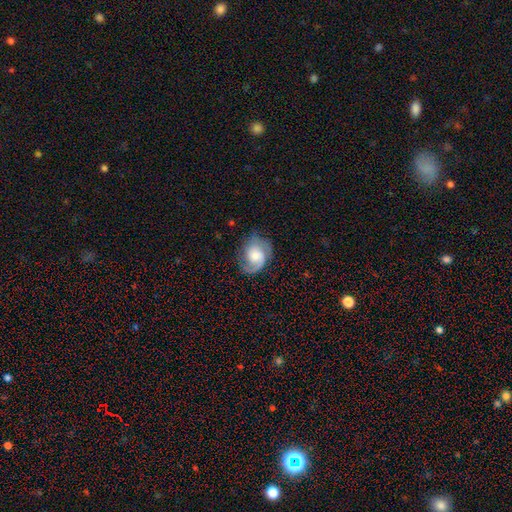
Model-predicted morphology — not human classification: Smooth or featured?
  - featured or disk: 72% *
  - smooth: 21%
  - star or artifact: 7%
Edge-on disk?
  - no: 98% *
  - yes: 2%
Bar?
  - no: 65% *
  - weak: 31%
  - strong: 4%
Spiral arms?
  - yes: 94% *
  - no: 6%
Spiral winding?
  - medium: 45% *
  - tight: 36%
  - loose: 20%
Spiral arm count?
  - 2: 60% *
  - 1: 26%
  - can't tell: 8%
  - 3: 3%
  - 4: 1%
  - more than 4: 1%
Bulge size?
  - moderate: 40% *
  - large: 27%
  - small: 21%
  - none: 9%
  - dominant: 4%
Merging?
  - none: 67% *
  - minor disturbance: 21%
  - major disturbance: 11%
  - merger: 1%